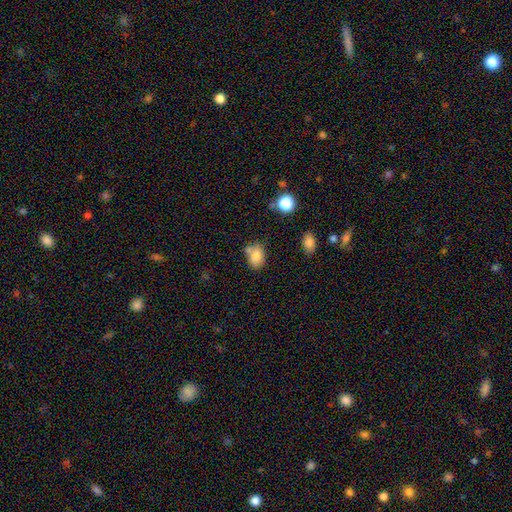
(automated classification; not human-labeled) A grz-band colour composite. It shows a smooth galaxy with no disk features (80%) that is in between round and cigar-shaped (76%). Merging: none (57%).